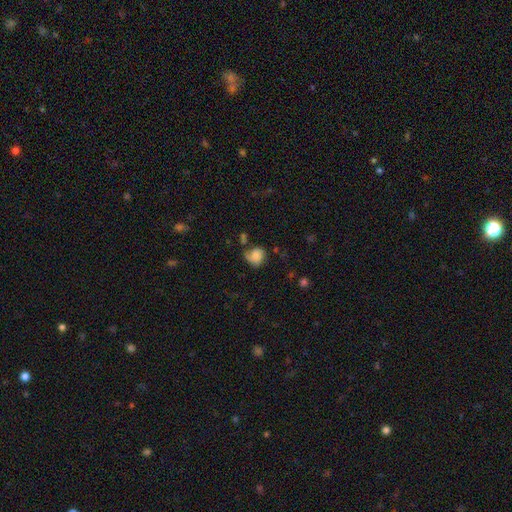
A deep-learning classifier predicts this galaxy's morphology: This is likely a smooth galaxy (70%). How rounded: likely round (68%). Merging: marginally none (41%).